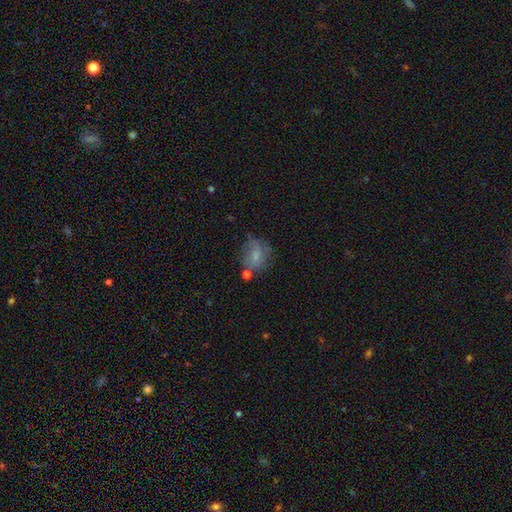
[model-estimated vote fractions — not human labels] Overall: smooth (66%). How rounded: round (50%; in between 49%). Merging: none (53%; minor disturbance 24%).